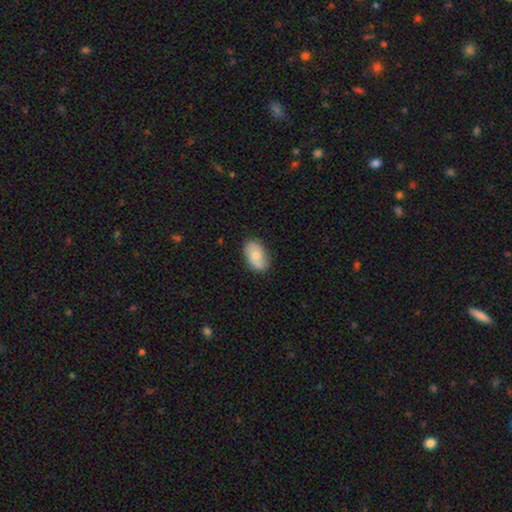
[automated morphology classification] Smooth or featured: smooth — 65% (featured or disk — 29%)
How rounded: in between — 89% (round — 10%)
Merging: none — 71% (minor disturbance — 22%)